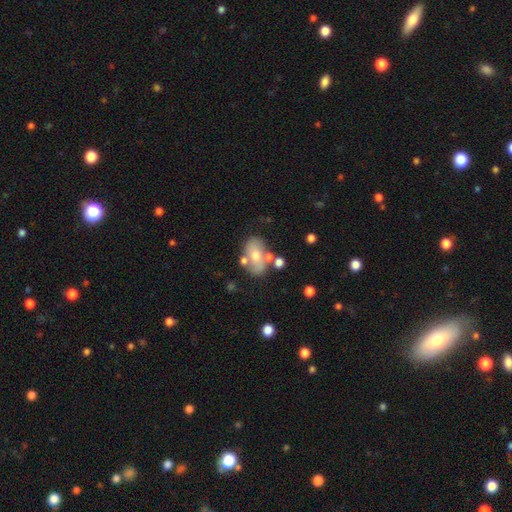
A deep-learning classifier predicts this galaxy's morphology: Smooth or featured?
  - smooth: 51% *
  - featured or disk: 40%
  - star or artifact: 9%
How rounded?
  - in between: 80% *
  - round: 19%
  - cigar-shaped: 2%
Merging?
  - none: 60% *
  - minor disturbance: 17%
  - merger: 17%
  - major disturbance: 7%